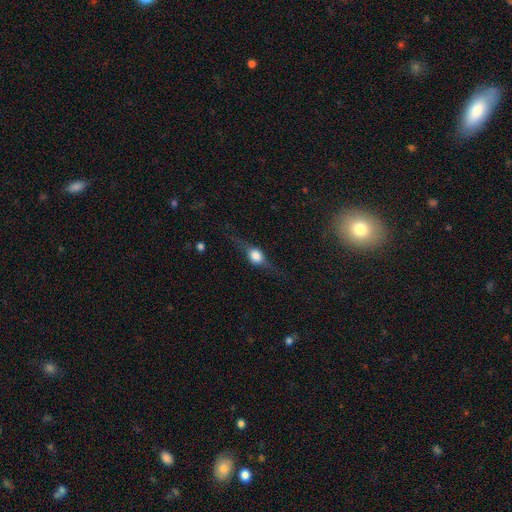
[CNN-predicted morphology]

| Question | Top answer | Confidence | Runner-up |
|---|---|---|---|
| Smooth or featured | featured or disk | 63% | smooth (27%) |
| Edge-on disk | yes | 92% | no (8%) |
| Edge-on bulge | rounded | 94% | boxy (5%) |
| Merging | none | 73% | minor disturbance (16%) |